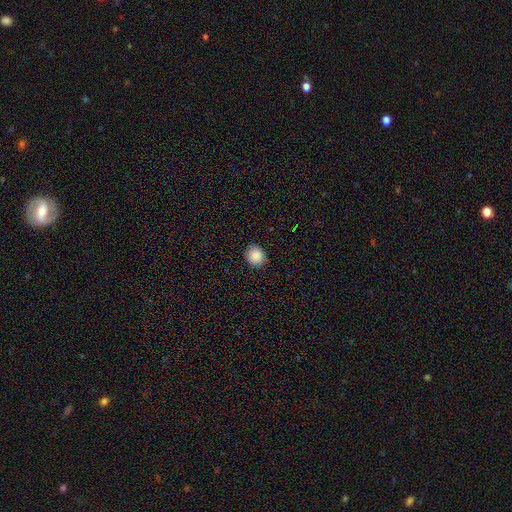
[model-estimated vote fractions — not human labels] Q: Smooth or featured?
A: smooth (88%); runner-up: star or artifact (9%)
Q: How rounded?
A: round (82%); runner-up: in between (17%)
Q: Merging?
A: none (89%); runner-up: minor disturbance (8%)